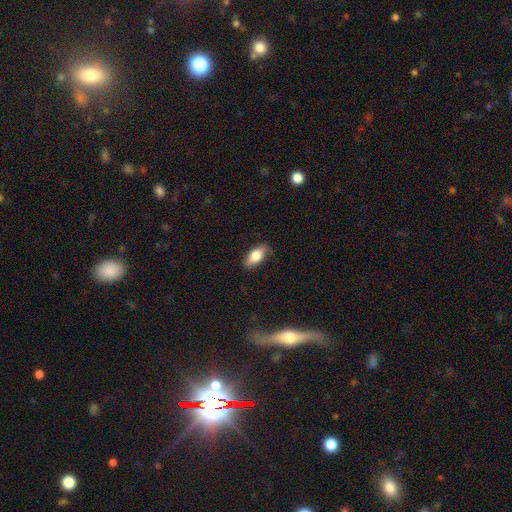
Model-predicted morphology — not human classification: A smooth galaxy with no disk features (75%) that is in between round and cigar-shaped (85%).

Vote fractions:
- Smooth or featured? smooth: 75% / featured or disk: 18% / star or artifact: 7%
- How rounded? in between: 85% / cigar-shaped: 10% / round: 4%
- Merging? none: 83% / minor disturbance: 13% / major disturbance: 3% / merger: 1%